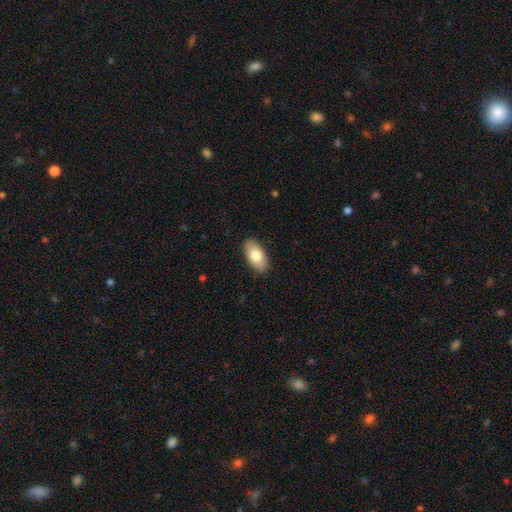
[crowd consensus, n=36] A smooth galaxy with no disk features (81%) that is in between round and cigar-shaped (97%).

Vote fractions:
- Smooth or featured? smooth: 81% / featured or disk: 17% / star or artifact: 3%
- How rounded? in between: 97% / cigar-shaped: 3% / round: 0%
- Merging? none: 100% / minor disturbance: 0% / major disturbance: 0% / merger: 0%